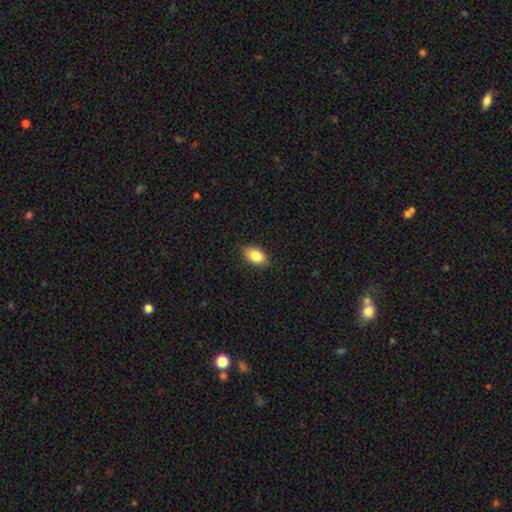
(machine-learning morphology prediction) type=smooth (87%); roundness=in between (90%); merging=none (87%).